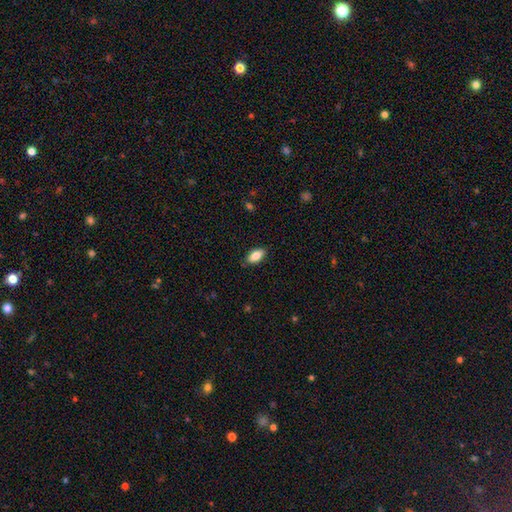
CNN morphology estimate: smooth 83%, featured or disk 10%, star or artifact 7%. Down the decision tree: how rounded — in between (90%); merging — none (85%).